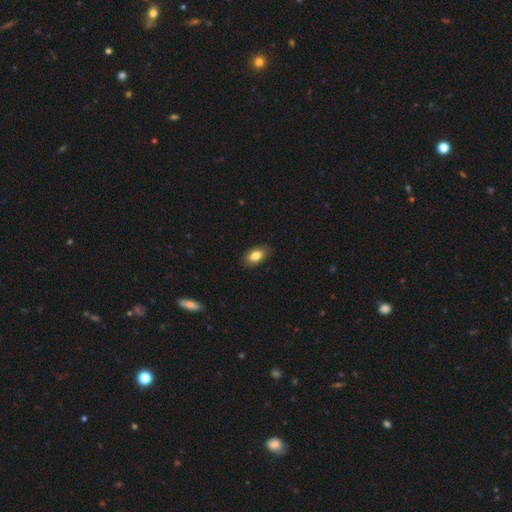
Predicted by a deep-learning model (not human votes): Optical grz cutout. It shows a smooth galaxy with no disk features (82%) that is in between round and cigar-shaped (90%). Merging: none (87%).